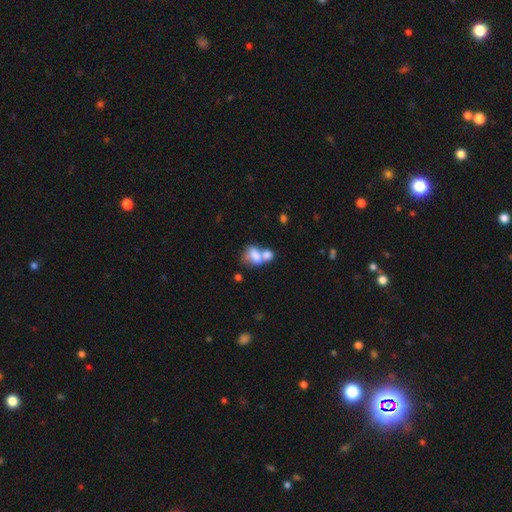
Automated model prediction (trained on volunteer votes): smooth 68%, featured or disk 23%, star or artifact 9%. Down the decision tree: how rounded — in between (76%); merging — merger (67%).